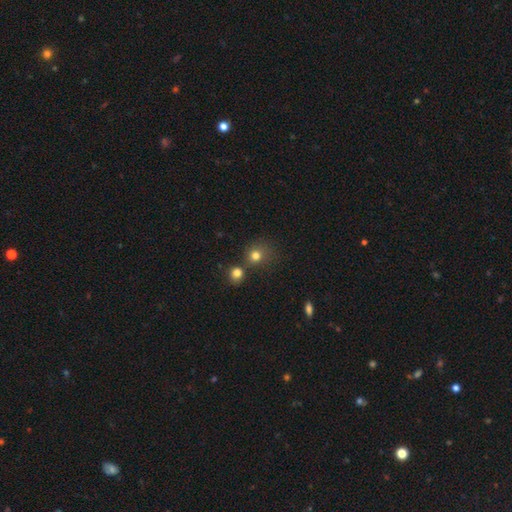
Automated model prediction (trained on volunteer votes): Smooth or featured? smooth (78%)
How rounded? round (83%)
Merging? none (60%)